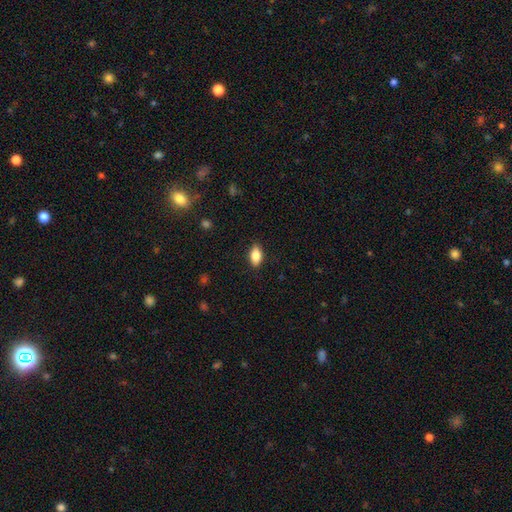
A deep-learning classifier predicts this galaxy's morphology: This appears to be a smooth galaxy with no disk features (83%) that is in between round and cigar-shaped (89%). Merging: none (87%).